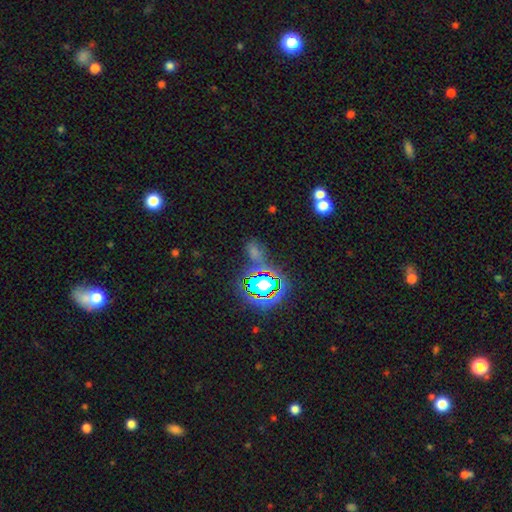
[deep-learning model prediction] Smooth or featured: star or artifact — 52% (smooth — 38%)